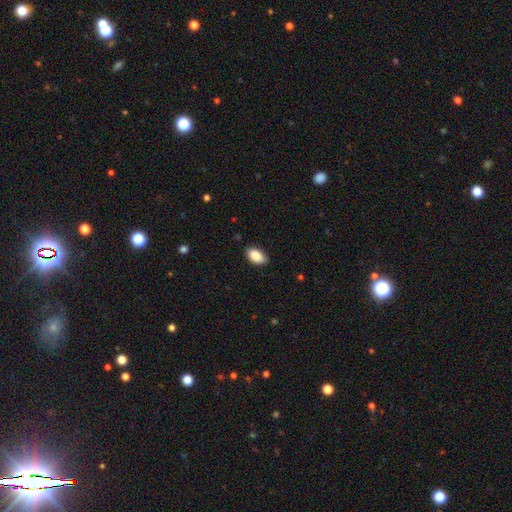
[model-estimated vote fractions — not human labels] This appears to be a smooth galaxy with no disk features (90%) that is in between round and cigar-shaped (94%). Merging: none (85%).